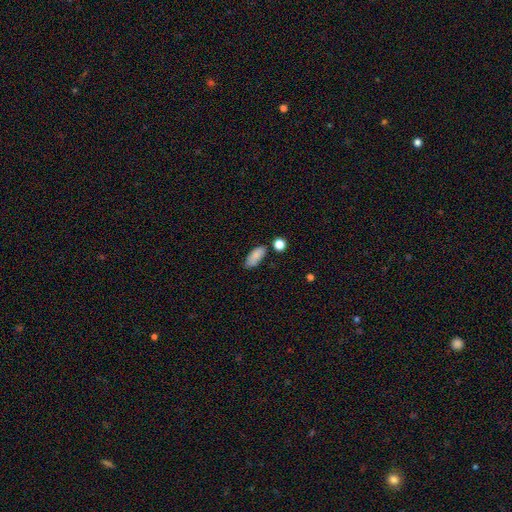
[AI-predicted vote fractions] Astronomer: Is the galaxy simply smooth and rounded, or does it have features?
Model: smooth — 85%.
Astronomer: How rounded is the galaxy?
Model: in between — 83%.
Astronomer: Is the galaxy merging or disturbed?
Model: none — 72%.